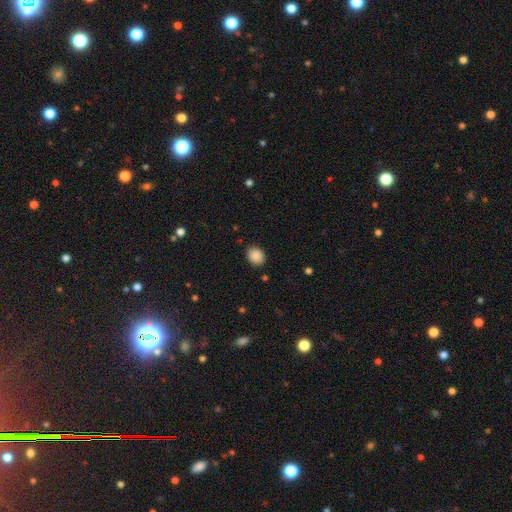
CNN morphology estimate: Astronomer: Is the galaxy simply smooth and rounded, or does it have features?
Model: smooth — 89%.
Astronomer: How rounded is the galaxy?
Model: round — 50% (runner-up: in between, 49%).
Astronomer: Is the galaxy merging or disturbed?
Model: none — 89%.